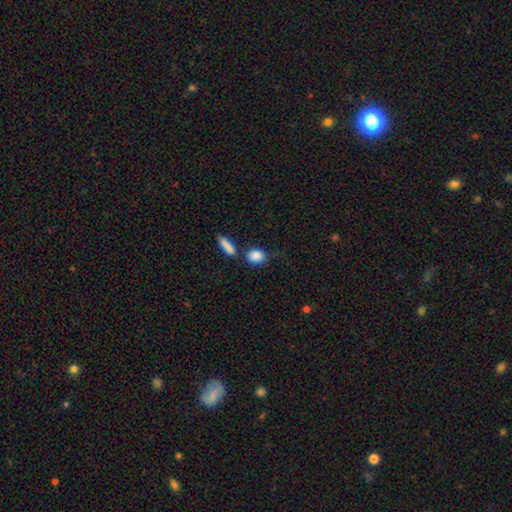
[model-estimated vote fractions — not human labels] This appears to be a smooth galaxy with no disk features (87%) that is in between round and cigar-shaped (60%). Merging: none (61%).